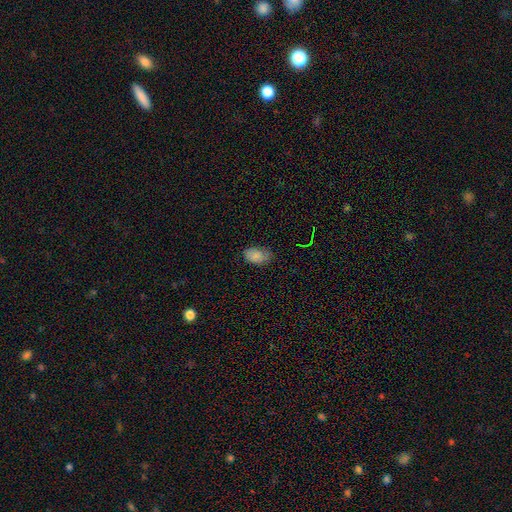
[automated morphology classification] The model was most divided on "merging": none: 66%, minor disturbance: 27%, major disturbance: 6%, merger: 1%. More confident: how rounded — in between (90%); smooth or featured — smooth (80%).